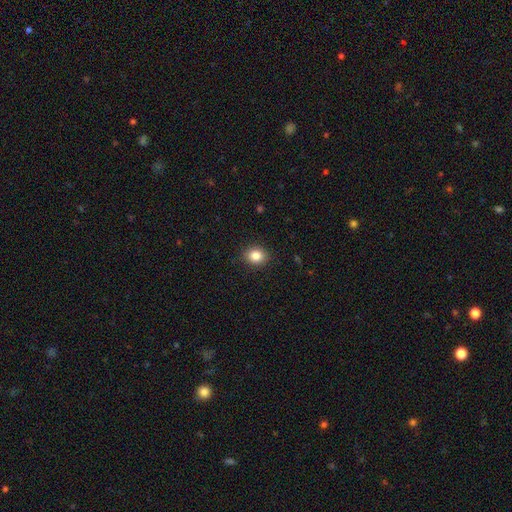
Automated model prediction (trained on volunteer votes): smooth 84%, star or artifact 10%, featured or disk 6%. Down the decision tree: how rounded — round (65%); merging — none (90%).